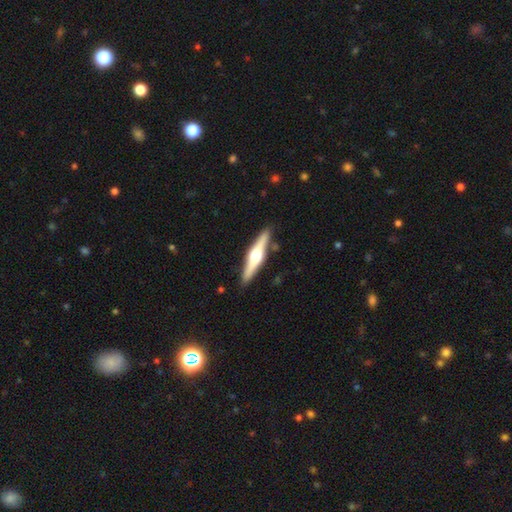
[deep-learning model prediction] Overall: featured or disk (69%). Edge-on disk: yes (97%). Edge-on bulge: rounded (93%). Merging: none (88%).